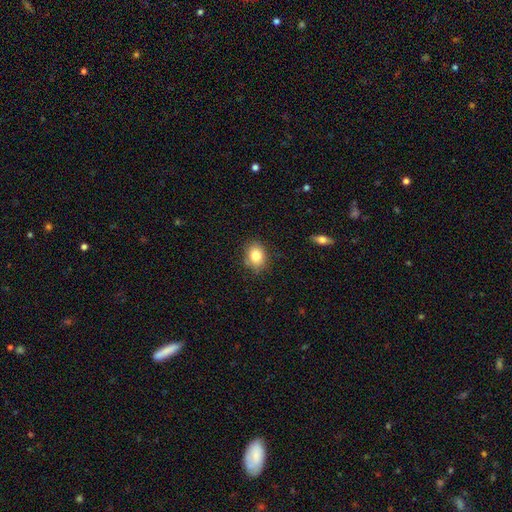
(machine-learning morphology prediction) Smooth or featured?
  - smooth: 80% *
  - featured or disk: 10%
  - star or artifact: 10%
How rounded?
  - in between: 59% *
  - round: 40%
  - cigar-shaped: 1%
Merging?
  - none: 82% *
  - minor disturbance: 13%
  - major disturbance: 3%
  - merger: 2%